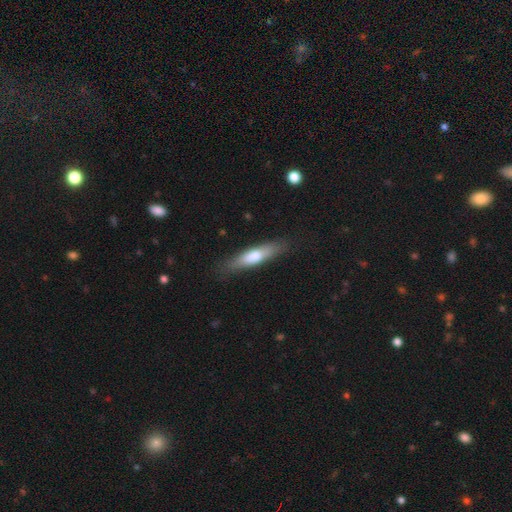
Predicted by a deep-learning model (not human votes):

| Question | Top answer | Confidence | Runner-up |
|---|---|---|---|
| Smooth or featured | smooth | 63% | featured or disk (31%) |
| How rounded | cigar-shaped | 73% | in between (25%) |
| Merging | none | 82% | minor disturbance (14%) |